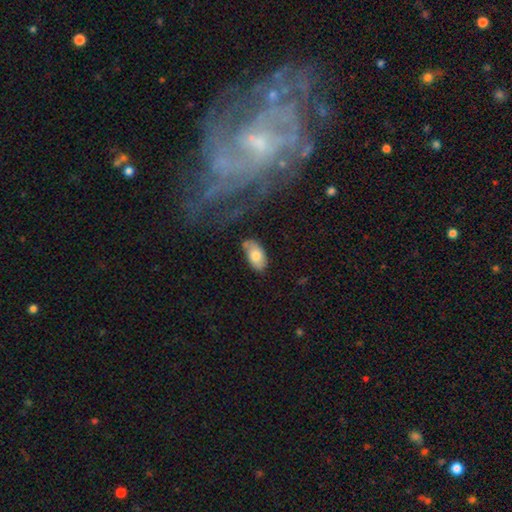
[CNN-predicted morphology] Q: Smooth or featured?
A: smooth (74%); runner-up: featured or disk (19%)
Q: How rounded?
A: in between (94%); runner-up: round (4%)
Q: Merging?
A: none (64%); runner-up: minor disturbance (25%)